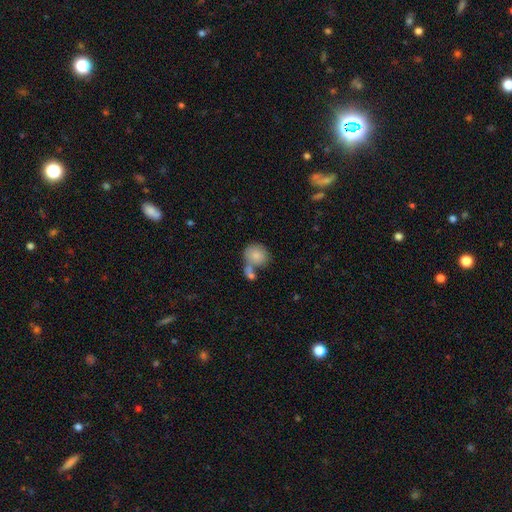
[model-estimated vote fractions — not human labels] This is likely a smooth galaxy (79%). How rounded: likely round (72%). Merging: marginally merger (43%).